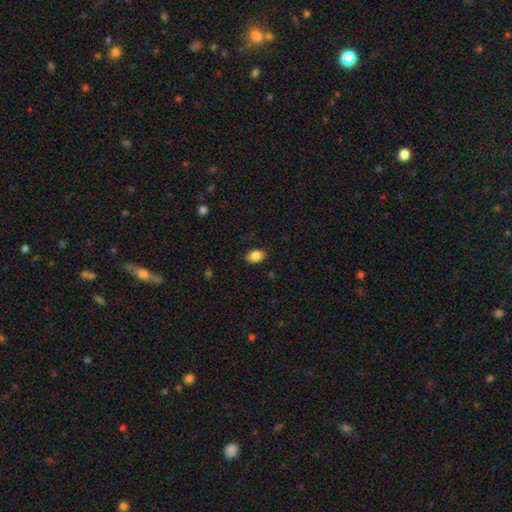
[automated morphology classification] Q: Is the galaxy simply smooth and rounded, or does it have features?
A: smooth — 87%.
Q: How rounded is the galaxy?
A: in between — 83%.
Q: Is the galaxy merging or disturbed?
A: none — 86%.